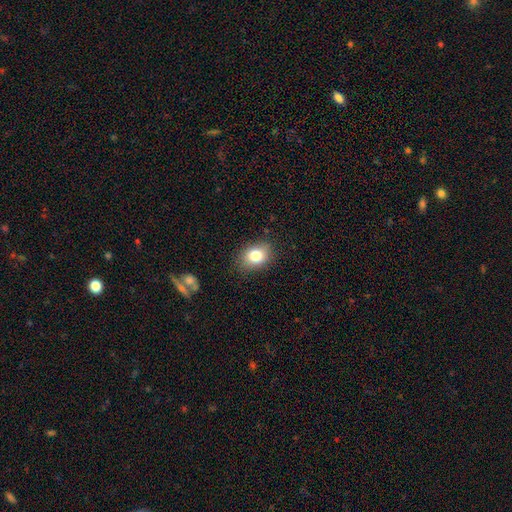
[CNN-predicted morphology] This is clearly a smooth galaxy (80%). How rounded: likely in between (67%). Merging: clearly none (81%).